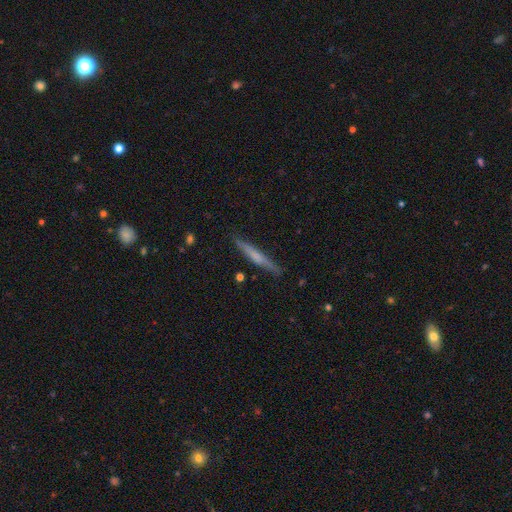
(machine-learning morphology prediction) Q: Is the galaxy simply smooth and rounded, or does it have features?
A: smooth — 49%.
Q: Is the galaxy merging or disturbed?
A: none — 87%.